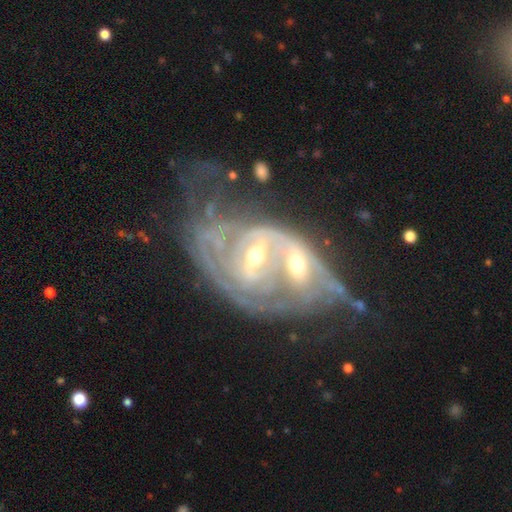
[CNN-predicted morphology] The model was most divided on "spiral arm count": can't tell: 41%, 2: 37%, 3: 7%, 1: 7%, 4: 4%, more than 4: 4%. Remaining: edge-on disk — no (96%); smooth or featured — featured or disk (83%); spiral arms — yes (80%); merging — merger (65%); bulge size — moderate (49%); spiral winding — tight (48%); bar — weak (37%).